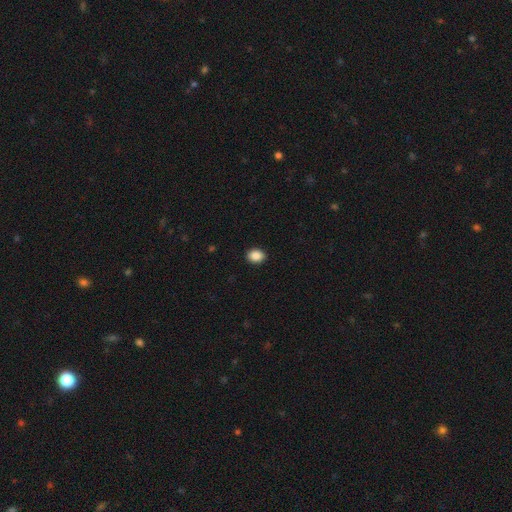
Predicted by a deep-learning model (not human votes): Overall: smooth (88%). How rounded: in between (57%; round 42%). Merging: none (91%).